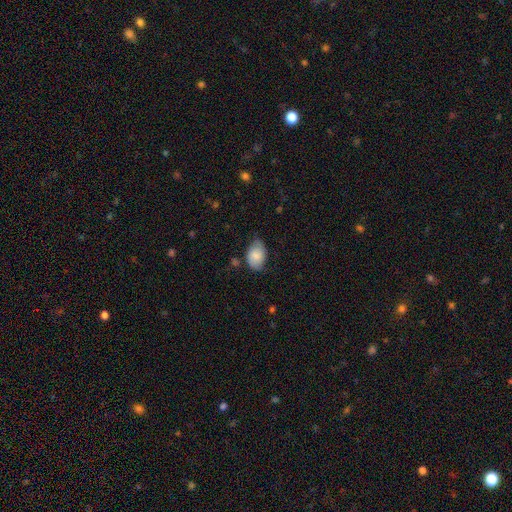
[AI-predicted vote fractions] This appears to be a smooth galaxy with no disk features (81%) that is in between round and cigar-shaped (87%). Merging: none (64%).